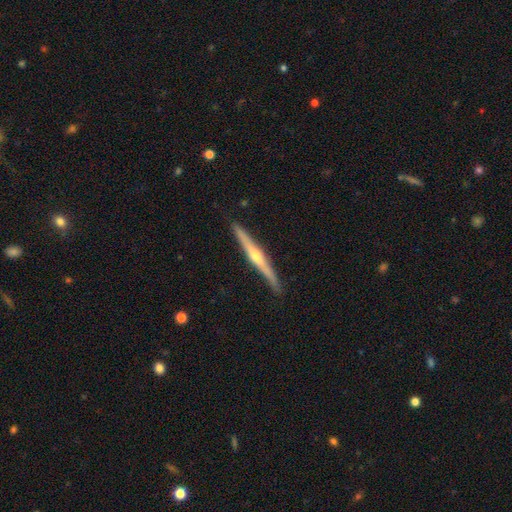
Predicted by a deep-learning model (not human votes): Smooth or featured? featured or disk (77%)
Edge-on disk? yes (98%)
Edge-on bulge? rounded (86%)
Merging? none (89%)